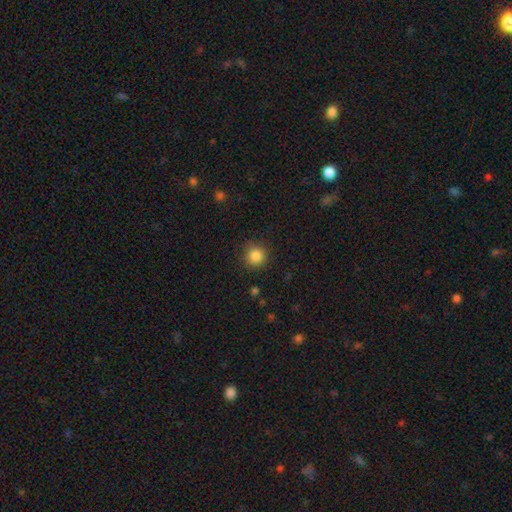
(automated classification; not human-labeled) Smooth or featured? Predicted: smooth (p=0.85). How rounded? Predicted: round (p=0.94). Merging? Predicted: none (p=0.89).